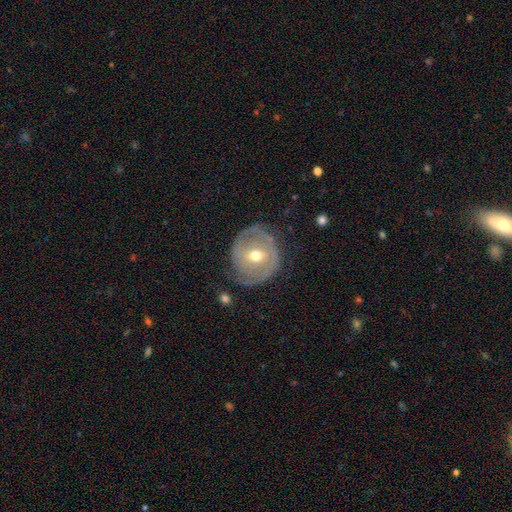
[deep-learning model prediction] smooth_or_featured: featured or disk (p=0.73) [alt: smooth p=0.21]
disk_edge_on: no (p=0.96) [alt: yes p=0.04]
bar: no (p=0.45) [alt: weak p=0.42]
has_spiral_arms: yes (p=0.74) [alt: no p=0.26]
spiral_winding: tight (p=0.61) [alt: medium p=0.27]
spiral_arm_count: 2 (p=0.55) [alt: can't tell p=0.25]
bulge_size: moderate (p=0.76) [alt: small p=0.17]
merging: none (p=0.70) [alt: minor disturbance p=0.21]